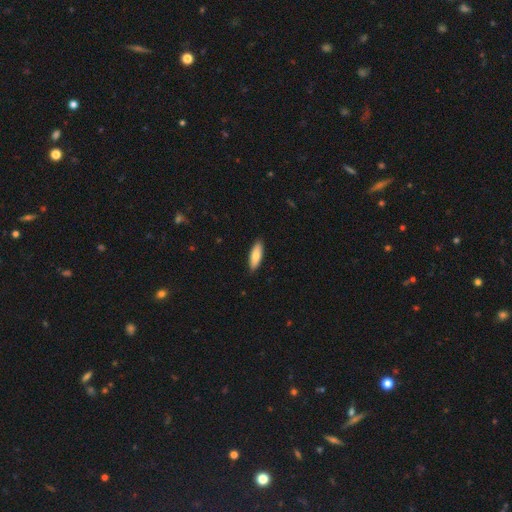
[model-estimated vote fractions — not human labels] smooth 82%, featured or disk 13%, star or artifact 5%. Down the decision tree: how rounded — in between (59%); merging — none (89%).